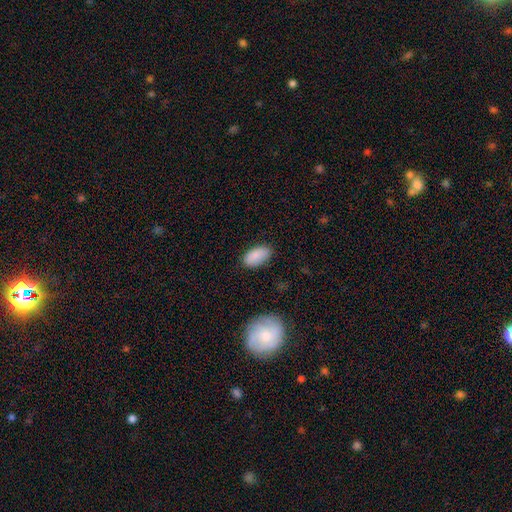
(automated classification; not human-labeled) Smooth or featured? smooth (88%)
How rounded? in between (94%)
Merging? none (83%)